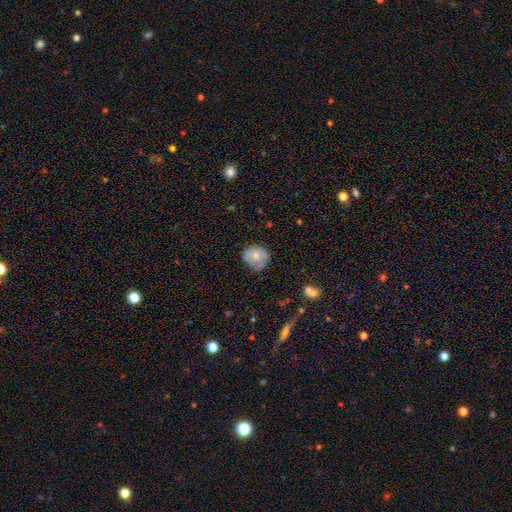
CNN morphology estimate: A smooth galaxy with no disk features (67%) that is round (71%).

Vote fractions:
- Smooth or featured? smooth: 67% / featured or disk: 26% / star or artifact: 8%
- How rounded? round: 71% / in between: 28% / cigar-shaped: 1%
- Merging? none: 58% / minor disturbance: 32% / major disturbance: 8% / merger: 3%